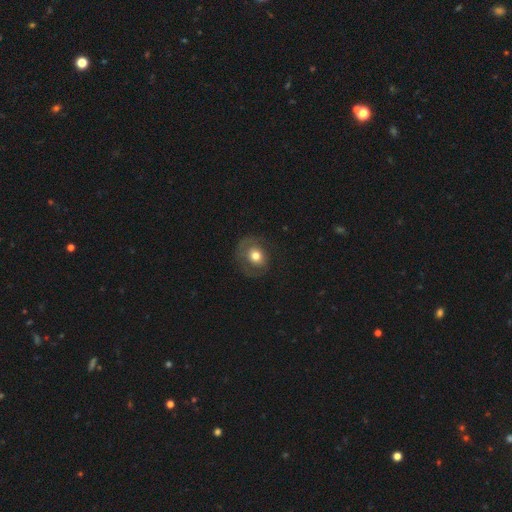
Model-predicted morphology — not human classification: smooth 60%, featured or disk 31%, star or artifact 9%. Down the decision tree: how rounded — round (68%); merging — none (66%).